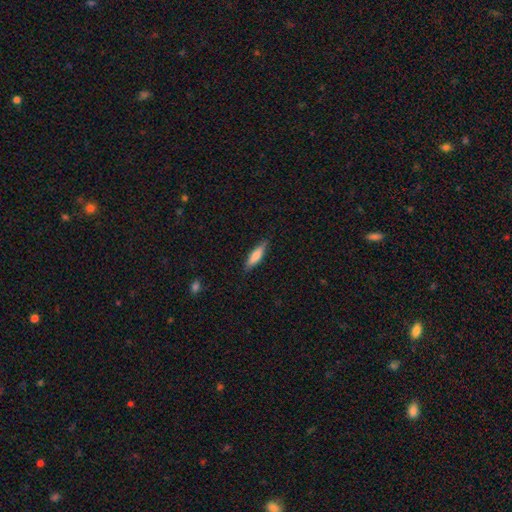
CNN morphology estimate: smooth-or-featured: smooth: 71% | featured or disk: 23% | star or artifact: 6%
  how-rounded: cigar-shaped: 75% | in between: 24% | round: 2%
  merging: none: 86% | minor disturbance: 11% | major disturbance: 2% | merger: 1%